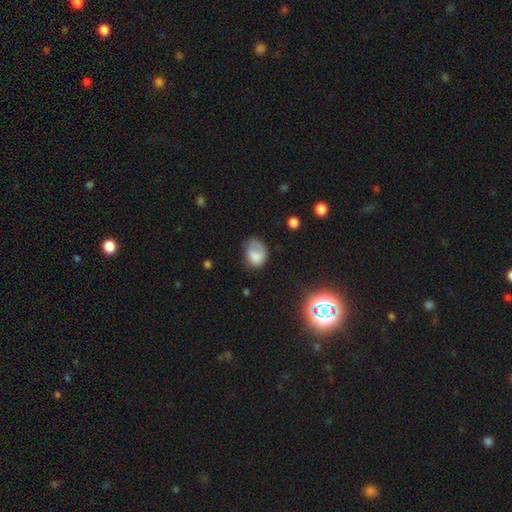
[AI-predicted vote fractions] Smooth or featured? Predicted: smooth (p=0.72). How rounded? Predicted: in between (p=0.62). Merging? Predicted: none (p=0.42).